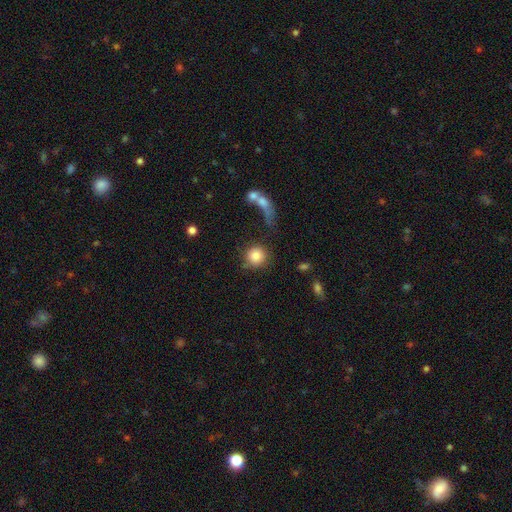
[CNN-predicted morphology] smooth 84%, star or artifact 9%, featured or disk 7%. Down the decision tree: how rounded — round (92%); merging — none (70%).